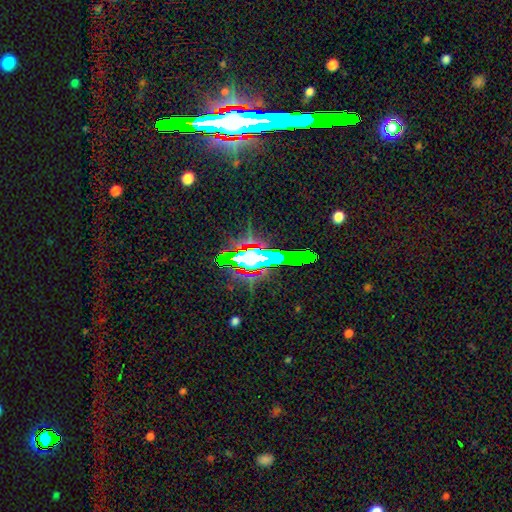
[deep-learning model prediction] A star or artifact, not a galaxy (55%).

Vote fractions:
- Smooth or featured? star or artifact: 55% / featured or disk: 26% / smooth: 19%